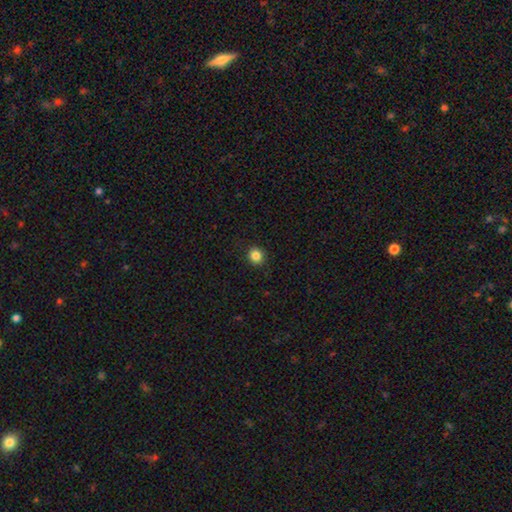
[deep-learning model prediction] Smooth or featured? smooth (85%)
How rounded? round (85%)
Merging? none (92%)